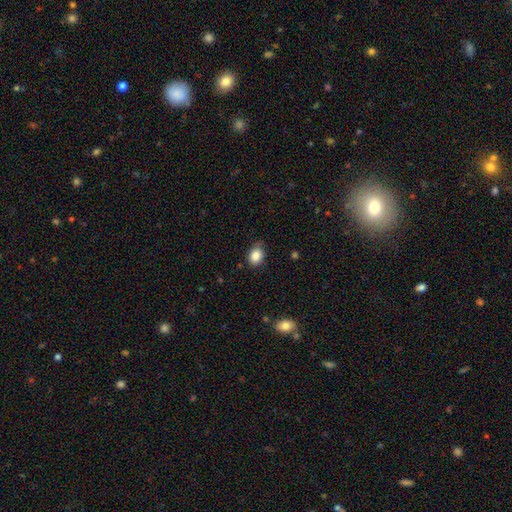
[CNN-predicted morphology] type=smooth (85%); roundness=in between (54%); merging=none (65%).